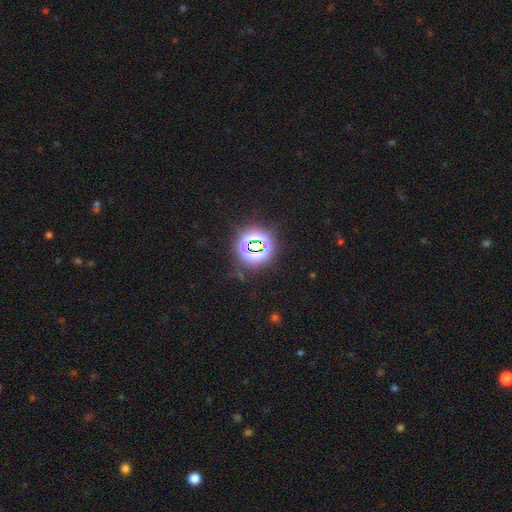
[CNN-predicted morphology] A star or artifact, not a galaxy (79%).

Vote fractions:
- Smooth or featured? star or artifact: 79% / smooth: 14% / featured or disk: 7%